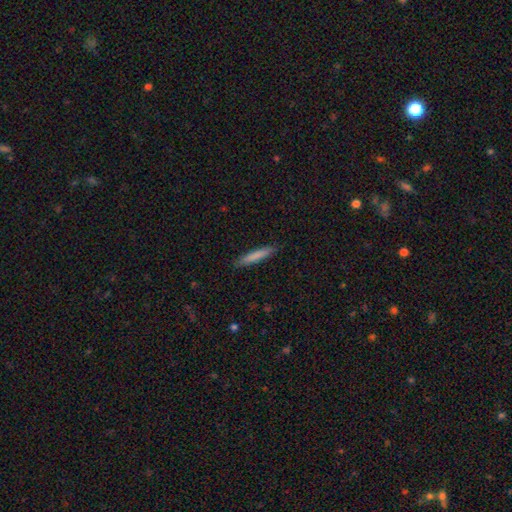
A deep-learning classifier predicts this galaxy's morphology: Q: Smooth or featured?
A: smooth (79%); runner-up: featured or disk (15%)
Q: How rounded?
A: cigar-shaped (93%); runner-up: in between (6%)
Q: Merging?
A: none (89%); runner-up: minor disturbance (8%)